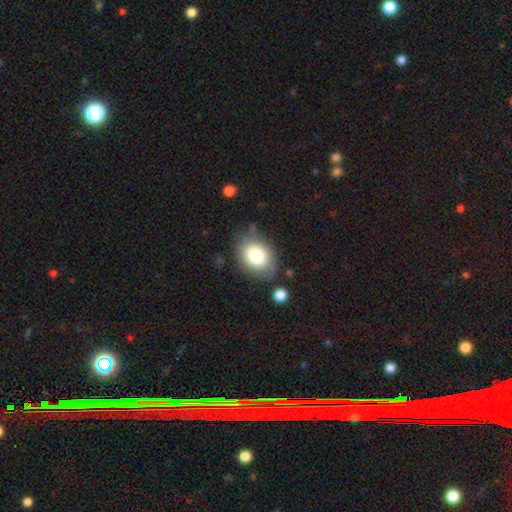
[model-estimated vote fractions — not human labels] Q: Smooth or featured?
A: smooth (79%); runner-up: featured or disk (13%)
Q: How rounded?
A: in between (71%); runner-up: round (28%)
Q: Merging?
A: none (66%); runner-up: minor disturbance (22%)